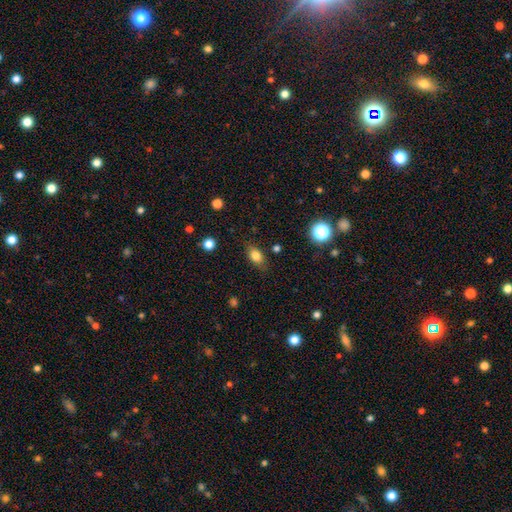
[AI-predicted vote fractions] Smooth or featured: smooth — 80% (star or artifact — 10%)
How rounded: in between — 80% (round — 15%)
Merging: none — 79% (minor disturbance — 15%)